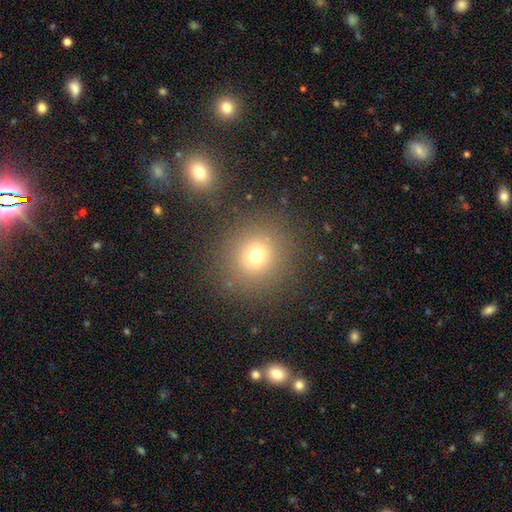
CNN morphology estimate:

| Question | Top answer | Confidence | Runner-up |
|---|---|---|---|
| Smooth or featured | smooth | 71% | star or artifact (19%) |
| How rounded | round | 90% | in between (9%) |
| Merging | none | 84% | minor disturbance (7%) |